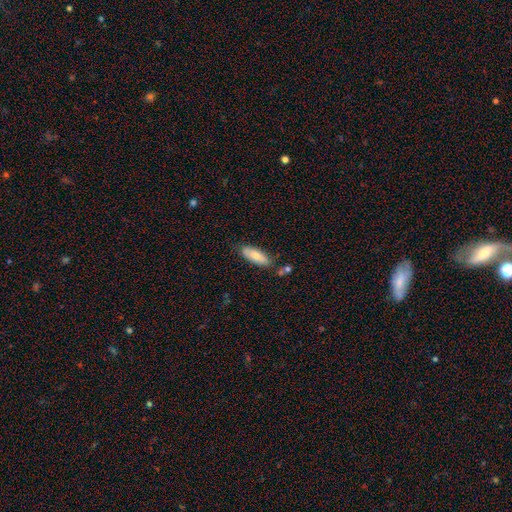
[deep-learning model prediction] A smooth galaxy with no disk features (76%) that is in between round and cigar-shaped (70%).

Vote fractions:
- Smooth or featured? smooth: 76% / featured or disk: 17% / star or artifact: 6%
- How rounded? in between: 70% / cigar-shaped: 28% / round: 2%
- Merging? none: 76% / minor disturbance: 17% / merger: 4% / major disturbance: 3%